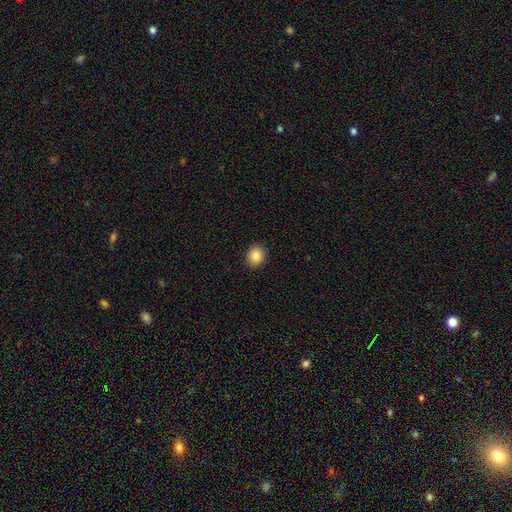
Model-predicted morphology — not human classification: Smooth or featured?
  - smooth: 85% *
  - star or artifact: 9%
  - featured or disk: 6%
How rounded?
  - round: 79% *
  - in between: 20%
  - cigar-shaped: 1%
Merging?
  - none: 92% *
  - minor disturbance: 6%
  - major disturbance: 2%
  - merger: 1%